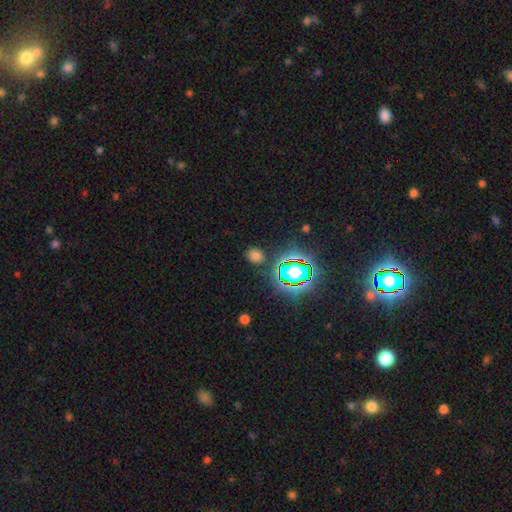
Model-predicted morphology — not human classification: Smooth or featured? Predicted: smooth (p=0.64). How rounded? Predicted: round (p=0.71). Merging? Predicted: none (p=0.84).